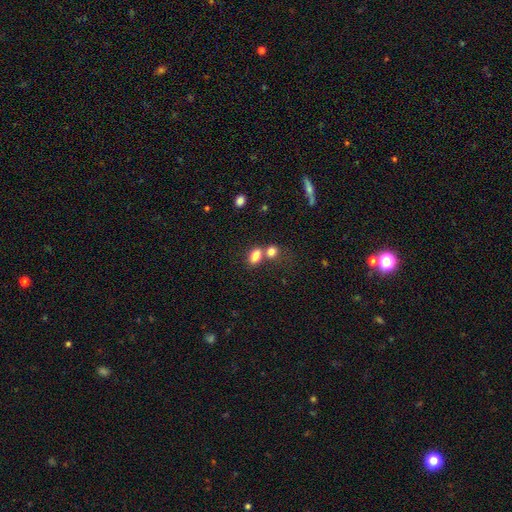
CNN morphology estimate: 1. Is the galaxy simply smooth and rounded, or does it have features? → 81% smooth, 10% star or artifact, 9% featured or disk.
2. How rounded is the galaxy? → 81% in between, 17% round, 2% cigar-shaped.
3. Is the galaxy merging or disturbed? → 45% none, 41% merger, 10% minor disturbance, 4% major disturbance.